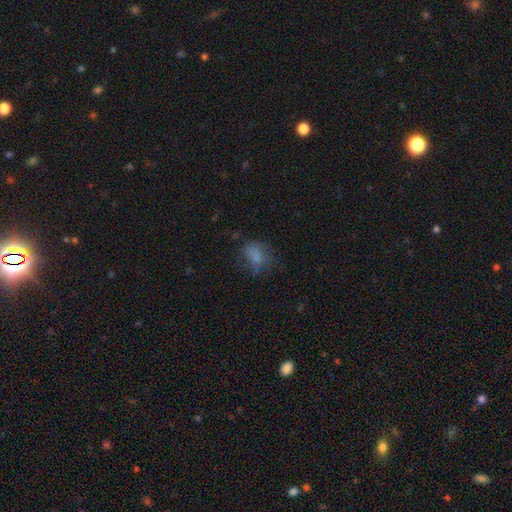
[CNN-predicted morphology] smooth 64%, featured or disk 20%, star or artifact 16%. Down the decision tree: how rounded — in between (69%); merging — none (44%).